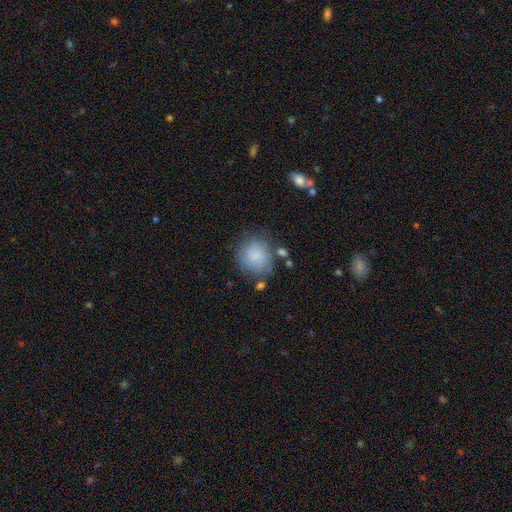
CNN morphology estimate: Smooth or featured: smooth — 80% (featured or disk — 13%)
How rounded: round — 81% (in between — 18%)
Merging: none — 68% (minor disturbance — 19%)